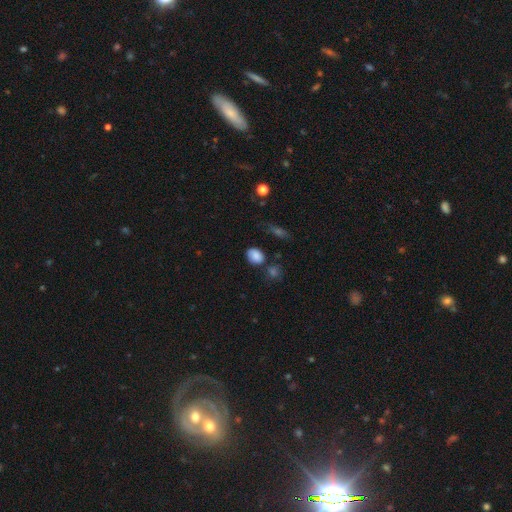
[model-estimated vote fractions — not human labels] Smooth or featured?
  - smooth: 84% *
  - star or artifact: 10%
  - featured or disk: 6%
How rounded?
  - in between: 62% *
  - round: 36%
  - cigar-shaped: 2%
Merging?
  - none: 72% *
  - minor disturbance: 16%
  - merger: 7%
  - major disturbance: 4%